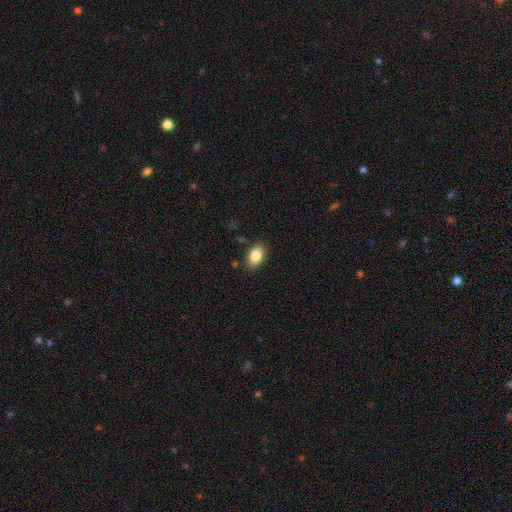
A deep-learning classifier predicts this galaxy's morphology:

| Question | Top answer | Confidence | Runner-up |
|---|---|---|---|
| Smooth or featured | smooth | 84% | featured or disk (8%) |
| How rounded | in between | 88% | round (10%) |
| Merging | none | 85% | minor disturbance (11%) |